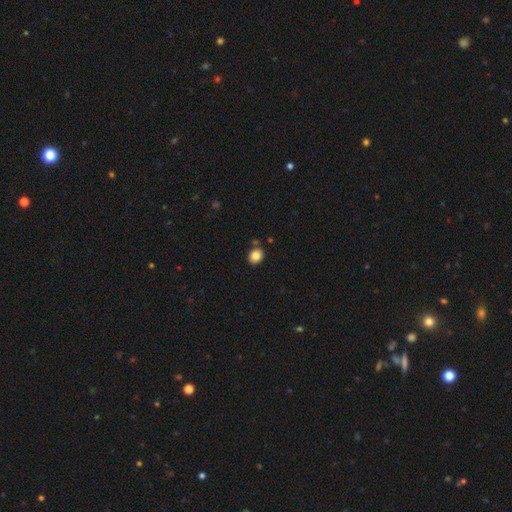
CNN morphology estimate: type=smooth (83%); roundness=round (62%); merging=none (82%).